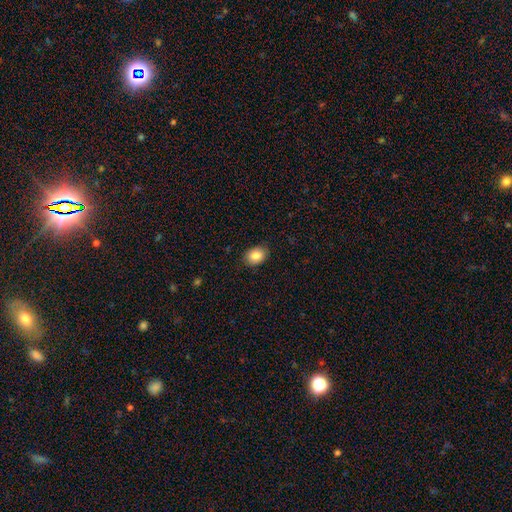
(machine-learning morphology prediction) smooth-or-featured: smooth: 86% | star or artifact: 8% | featured or disk: 6%
  how-rounded: in between: 73% | round: 26% | cigar-shaped: 1%
  merging: none: 85% | minor disturbance: 12% | major disturbance: 2% | merger: 1%